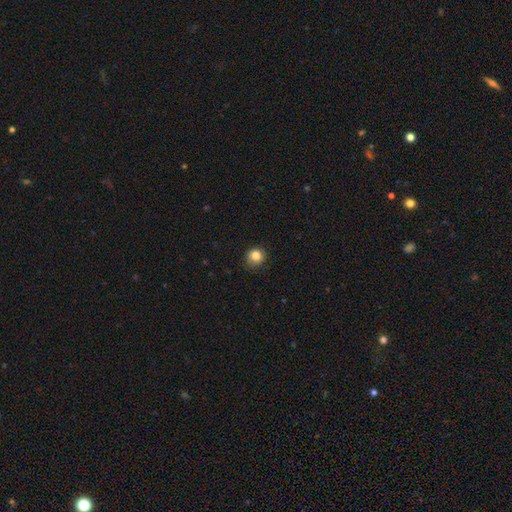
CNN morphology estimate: Q: Smooth or featured?
A: smooth (84%); runner-up: star or artifact (11%)
Q: How rounded?
A: round (87%); runner-up: in between (12%)
Q: Merging?
A: none (80%); runner-up: minor disturbance (16%)